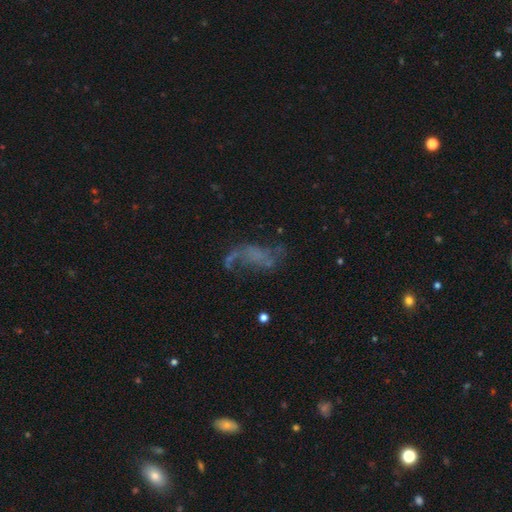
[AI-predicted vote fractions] This is possibly a featured or disk galaxy (56%). It is clearly not viewed edge-on (94%). Bar: likely no (76%). Spiral arm pattern: possibly yes (51%). Central bulge: likely none (77%). Merging: marginally none (40%).